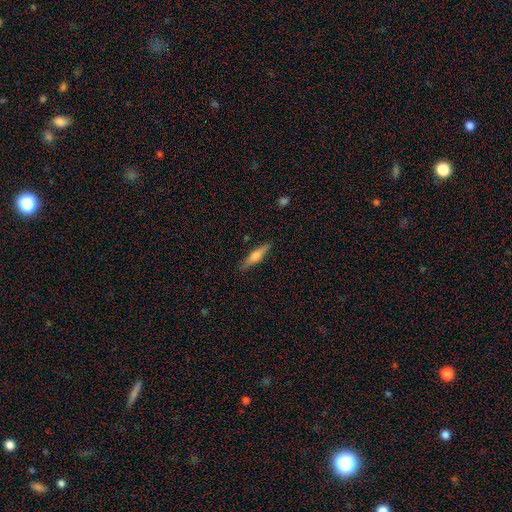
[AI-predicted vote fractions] Smooth or featured? smooth (52%)
How rounded? cigar-shaped (77%)
Merging? none (86%)